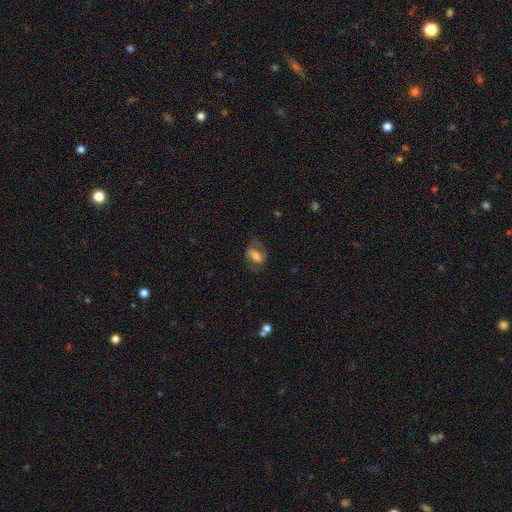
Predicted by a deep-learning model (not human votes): Q: Smooth or featured?
A: featured or disk (48%); runner-up: smooth (44%)
Q: Merging?
A: none (63%); runner-up: minor disturbance (21%)